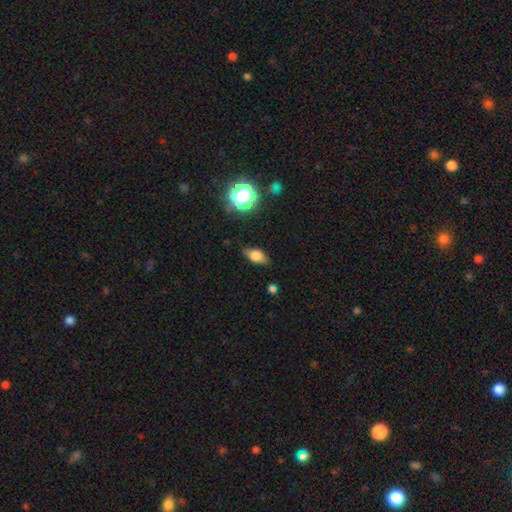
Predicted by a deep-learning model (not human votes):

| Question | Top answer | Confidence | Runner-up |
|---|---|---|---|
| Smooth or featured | smooth | 69% | featured or disk (19%) |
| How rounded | in between | 82% | round (11%) |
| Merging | none | 78% | minor disturbance (17%) |